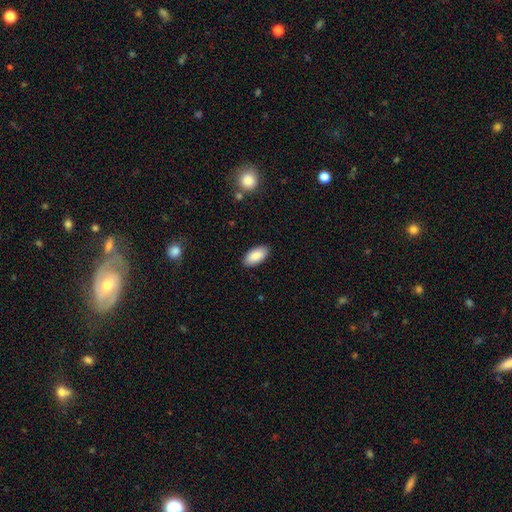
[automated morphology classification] Smooth or featured? smooth (88%)
How rounded? in between (94%)
Merging? none (88%)